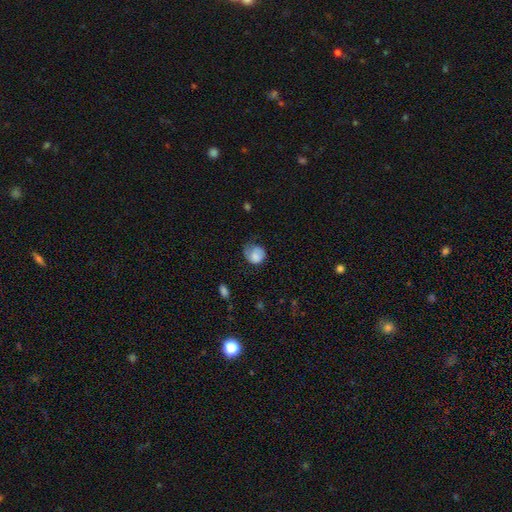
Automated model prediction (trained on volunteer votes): smooth_or_featured: smooth (p=0.69) [alt: featured or disk p=0.23]
how_rounded: round (p=0.72) [alt: in between p=0.27]
merging: none (p=0.43) [alt: minor disturbance p=0.33]